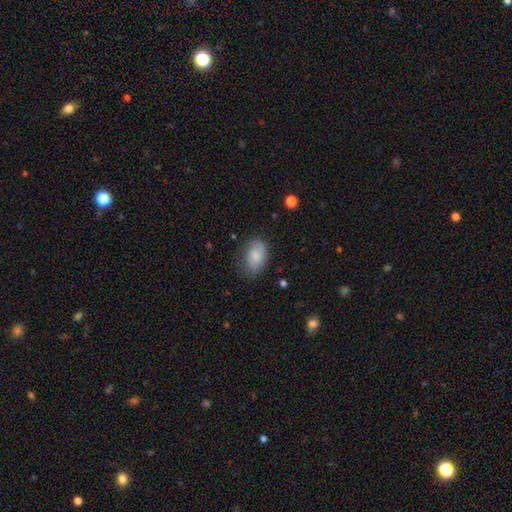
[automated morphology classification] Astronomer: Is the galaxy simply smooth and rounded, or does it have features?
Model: smooth — 81%.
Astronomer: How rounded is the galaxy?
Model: in between — 90%.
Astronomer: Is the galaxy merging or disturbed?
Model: none — 73%.